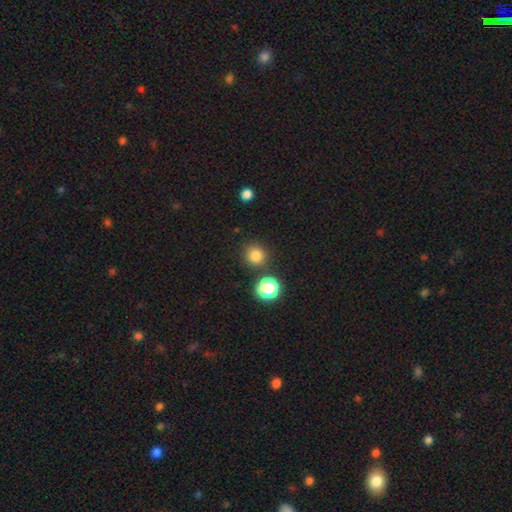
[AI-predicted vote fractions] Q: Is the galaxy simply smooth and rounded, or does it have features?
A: smooth — 81%.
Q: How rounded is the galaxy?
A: round — 91%.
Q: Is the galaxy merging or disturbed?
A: none — 83%.